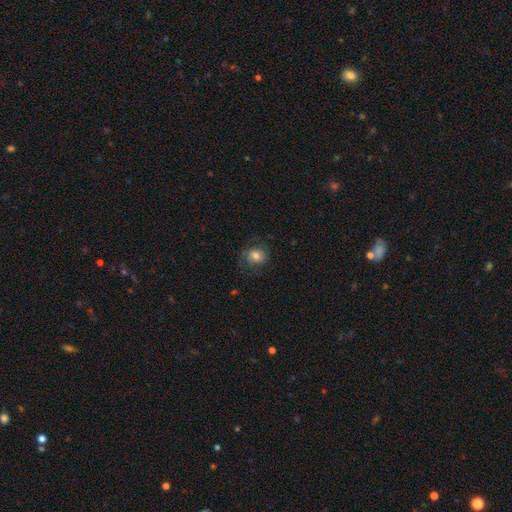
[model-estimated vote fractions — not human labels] Smooth or featured: smooth — 64% (featured or disk — 26%)
How rounded: round — 70% (in between — 29%)
Merging: none — 67% (minor disturbance — 19%)